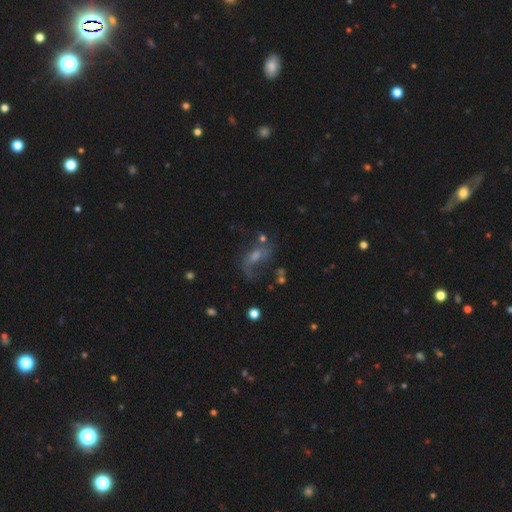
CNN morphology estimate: Smooth or featured?
  - featured or disk: 58% *
  - smooth: 21%
  - star or artifact: 21%
Edge-on disk?
  - no: 92% *
  - yes: 8%
Bar?
  - no: 54% *
  - weak: 36%
  - strong: 11%
Spiral arms?
  - yes: 73% *
  - no: 27%
Bulge size?
  - moderate: 42% *
  - small: 39%
  - none: 11%
  - large: 6%
  - dominant: 2%
Merging?
  - none: 45% *
  - major disturbance: 27%
  - minor disturbance: 18%
  - merger: 10%